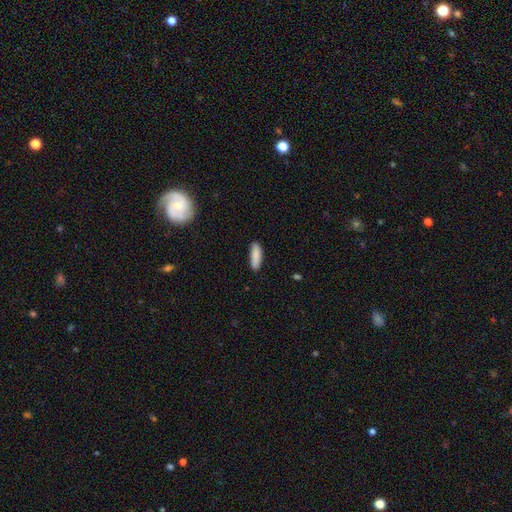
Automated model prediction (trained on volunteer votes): Morphology: type=smooth (88%); roundness=cigar-shaped (54%); merging=none (85%).